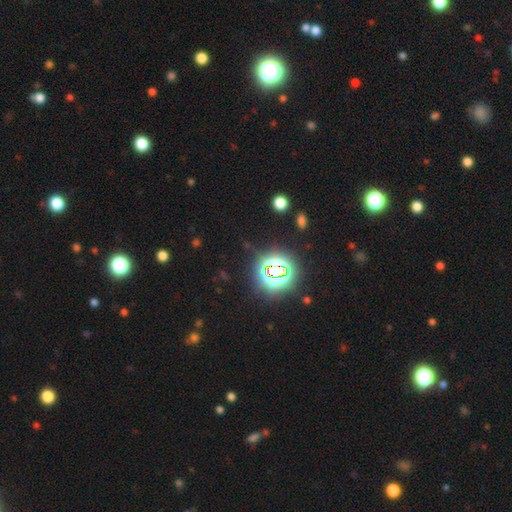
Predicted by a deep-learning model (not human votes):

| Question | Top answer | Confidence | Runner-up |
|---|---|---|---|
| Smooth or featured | star or artifact | 73% | smooth (20%) |